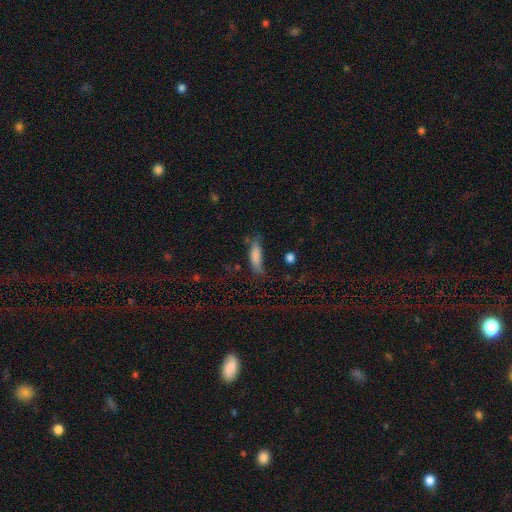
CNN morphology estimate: Smooth or featured: smooth — 80% (featured or disk — 12%)
How rounded: cigar-shaped — 54% (in between — 44%)
Merging: none — 52% (minor disturbance — 31%)